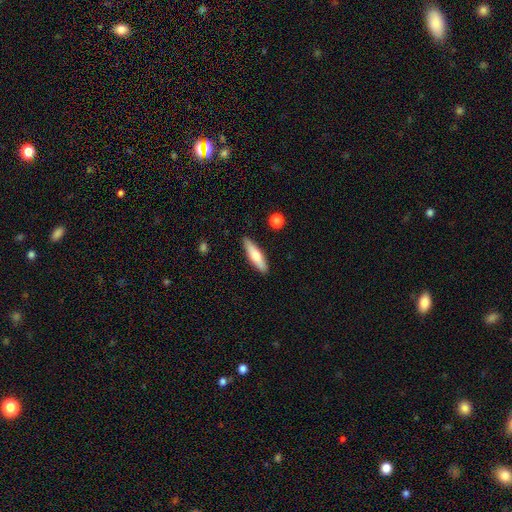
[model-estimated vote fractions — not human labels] Smooth or featured: smooth — 66% (featured or disk — 29%)
How rounded: cigar-shaped — 73% (in between — 26%)
Merging: none — 88% (minor disturbance — 8%)